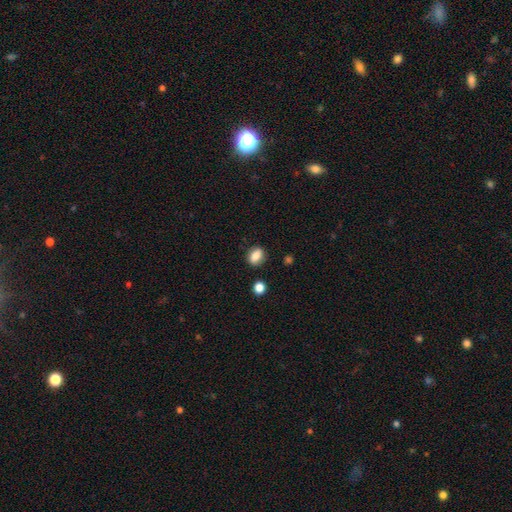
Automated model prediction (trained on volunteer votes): The model was most divided on "how rounded": in between: 66%, round: 32%, cigar-shaped: 3%. More confident: merging — none (85%); smooth or featured — smooth (83%).